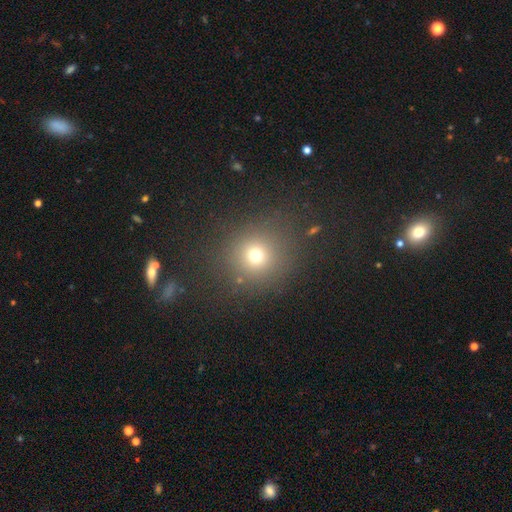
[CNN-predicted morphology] A smooth galaxy with no disk features (70%) that is round (89%). Merging: none (83%).